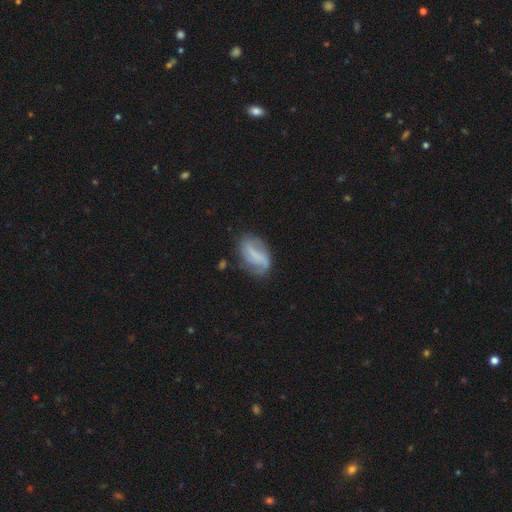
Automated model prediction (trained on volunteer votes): Smooth or featured?
  - featured or disk: 65% *
  - smooth: 27%
  - star or artifact: 8%
Edge-on disk?
  - no: 97% *
  - yes: 3%
Bar?
  - weak: 40% *
  - strong: 36%
  - no: 25%
Spiral arms?
  - yes: 86% *
  - no: 14%
Spiral winding?
  - loose: 43% *
  - medium: 36%
  - tight: 21%
Spiral arm count?
  - 2: 72% *
  - can't tell: 12%
  - 1: 10%
  - 3: 3%
  - 4: 1%
  - more than 4: 1%
Bulge size?
  - none: 61% *
  - small: 22%
  - moderate: 11%
  - large: 4%
  - dominant: 2%
Merging?
  - none: 62% *
  - minor disturbance: 24%
  - major disturbance: 12%
  - merger: 3%